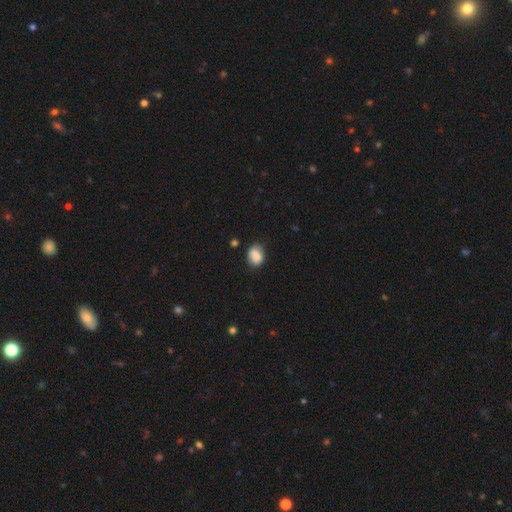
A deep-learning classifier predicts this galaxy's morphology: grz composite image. It shows a smooth galaxy with no disk features (82%) that is in between round and cigar-shaped (64%). Merging: none (66%).